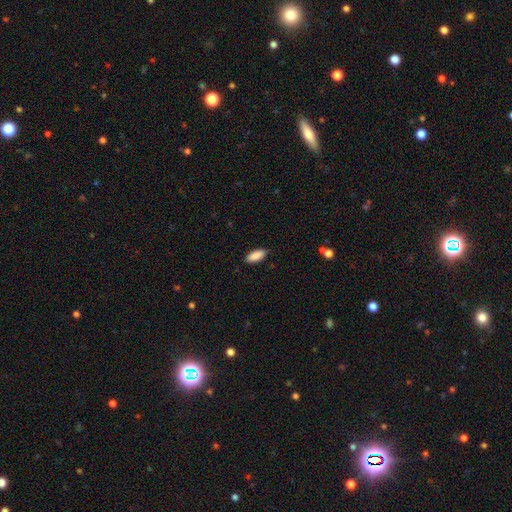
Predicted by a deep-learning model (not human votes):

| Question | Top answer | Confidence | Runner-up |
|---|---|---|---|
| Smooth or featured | smooth | 90% | star or artifact (6%) |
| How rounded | in between | 83% | cigar-shaped (15%) |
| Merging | none | 86% | minor disturbance (11%) |